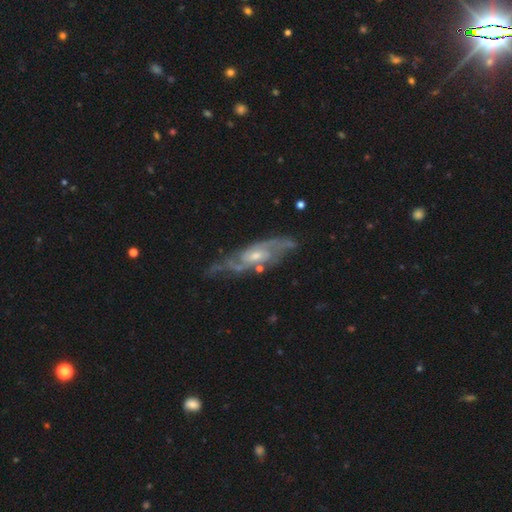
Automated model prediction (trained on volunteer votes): Smooth or featured: featured or disk — 86% (smooth — 8%)
Edge-on disk: no — 84% (yes — 16%)
Bar: no — 49% (weak — 42%)
Spiral arms: yes — 94% (no — 6%)
Spiral winding: medium — 47% (tight — 37%)
Spiral arm count: 2 — 55% (can't tell — 25%)
Bulge size: small — 54% (moderate — 40%)
Merging: none — 68% (minor disturbance — 20%)